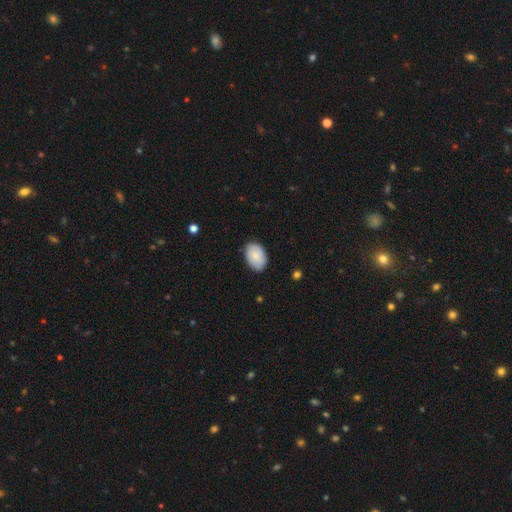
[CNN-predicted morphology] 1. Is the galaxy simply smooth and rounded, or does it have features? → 85% smooth, 9% featured or disk, 6% star or artifact.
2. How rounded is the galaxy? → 88% in between, 11% round, 1% cigar-shaped.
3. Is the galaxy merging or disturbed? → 83% none, 14% minor disturbance, 2% major disturbance, 1% merger.